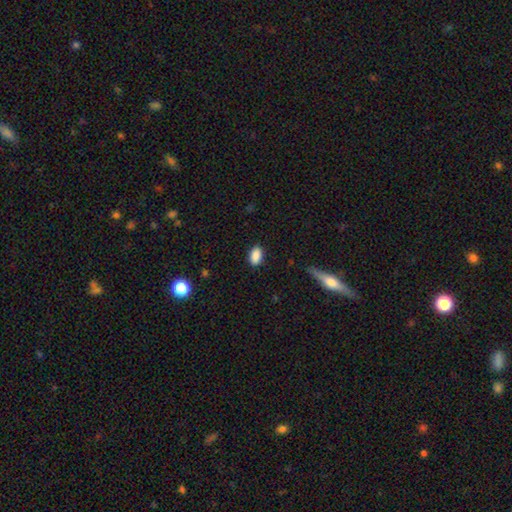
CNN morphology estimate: Smooth or featured? Predicted: smooth (p=0.89). How rounded? Predicted: in between (p=0.91). Merging? Predicted: none (p=0.85).